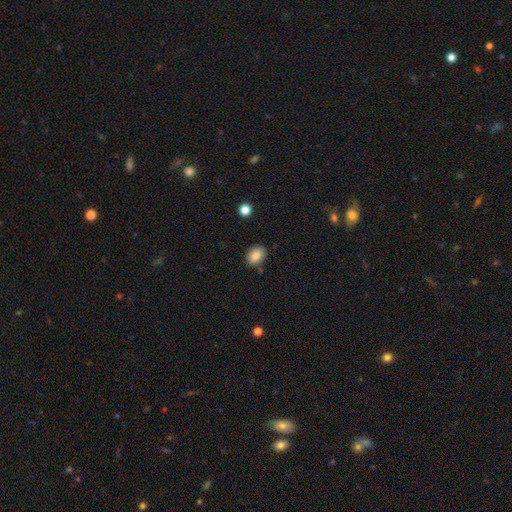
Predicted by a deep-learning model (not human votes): This is clearly a smooth galaxy (85%). How rounded: likely in between (65%). Merging: clearly none (84%).